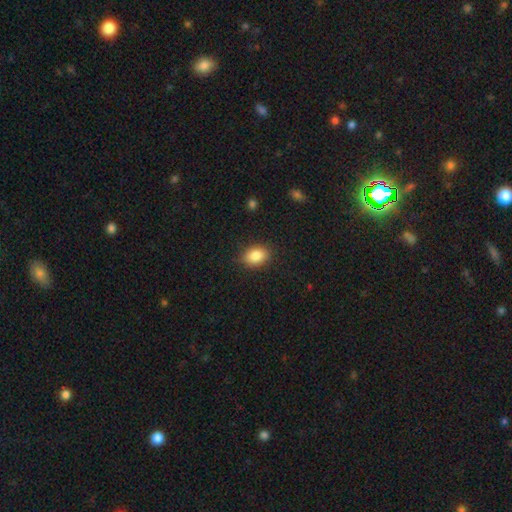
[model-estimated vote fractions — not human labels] Q: Smooth or featured?
A: smooth (86%); runner-up: star or artifact (8%)
Q: How rounded?
A: in between (75%); runner-up: round (24%)
Q: Merging?
A: none (85%); runner-up: minor disturbance (11%)